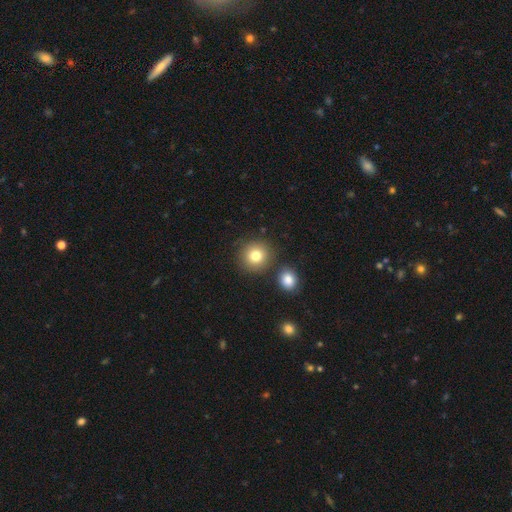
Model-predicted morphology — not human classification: This is clearly a smooth galaxy (80%). How rounded: clearly round (91%). Merging: likely none (79%).